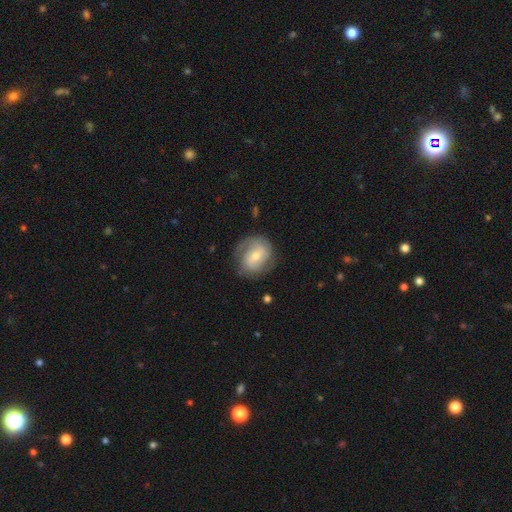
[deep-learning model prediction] Smooth or featured? Predicted: featured or disk (p=0.68). Edge-on disk? Predicted: no (p=0.97). Bar? Predicted: no (p=0.47). Spiral arms? Predicted: yes (p=0.88). Spiral winding? Predicted: medium (p=0.41). Spiral arm count? Predicted: 2 (p=0.64). Bulge size? Predicted: moderate (p=0.49). Merging? Predicted: none (p=0.71).